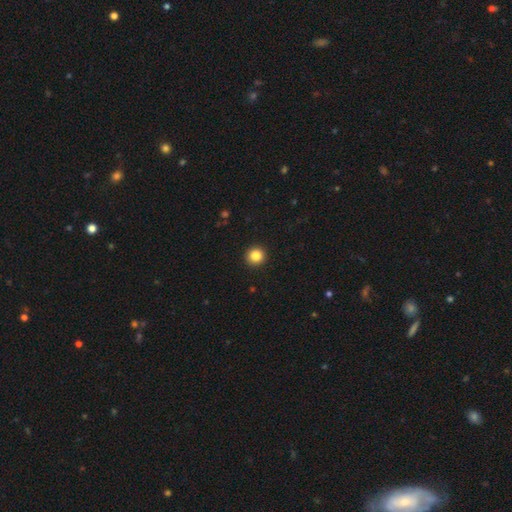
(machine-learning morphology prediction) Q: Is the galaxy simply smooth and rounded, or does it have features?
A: smooth — 85%.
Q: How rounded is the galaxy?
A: round — 95%.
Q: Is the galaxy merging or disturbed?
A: none — 93%.